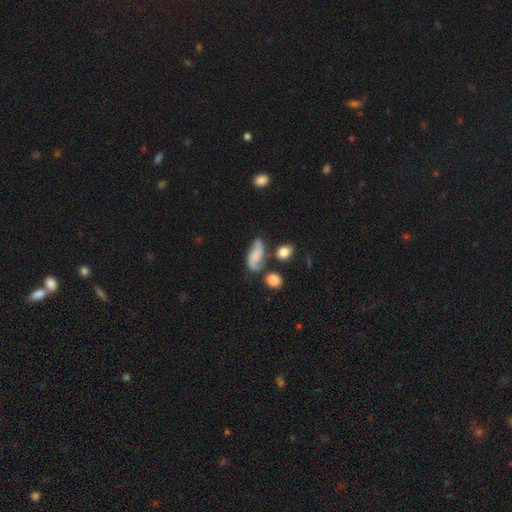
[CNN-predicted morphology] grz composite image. It shows a featured or disk galaxy (57%) with no bar (60%), spiral arms (90%) and no central bulge (54%). Merging: none (56%).